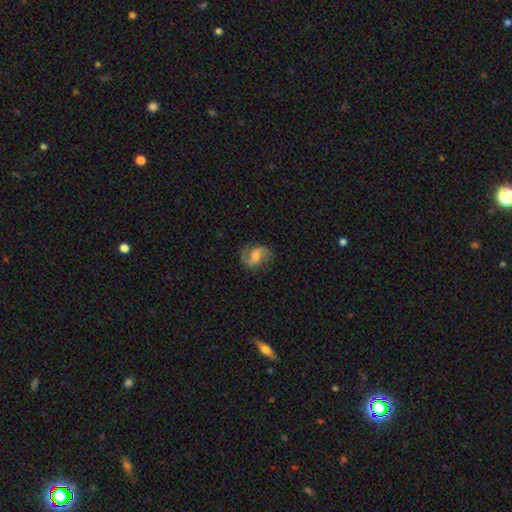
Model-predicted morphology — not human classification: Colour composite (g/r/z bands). It shows a featured or disk galaxy (69%) with no bar (43%), 2 (88%) loose (45%) spiral arms (93%) and a moderate central bulge (47%). Merging: none (73%).